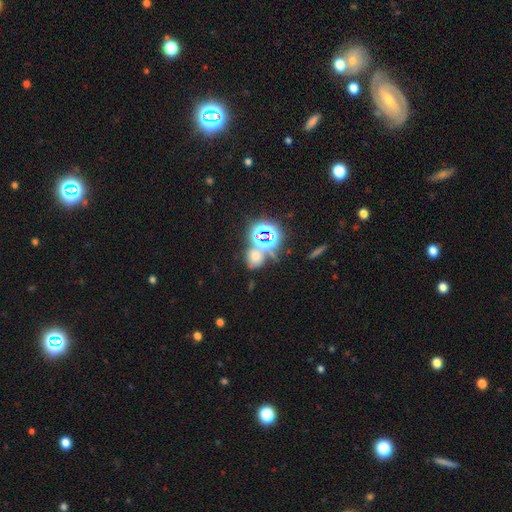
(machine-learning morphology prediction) star or artifact 45% (tied), smooth 45% (tied), featured or disk 10%.